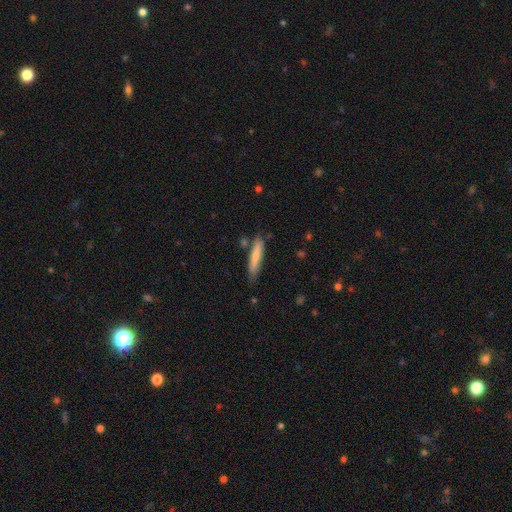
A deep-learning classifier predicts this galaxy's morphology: A smooth galaxy with no disk features (70%) that is cigar-shaped (87%).

Vote fractions:
- Smooth or featured? smooth: 70% / featured or disk: 24% / star or artifact: 6%
- How rounded? cigar-shaped: 87% / in between: 11% / round: 1%
- Merging? none: 76% / minor disturbance: 16% / merger: 5% / major disturbance: 3%